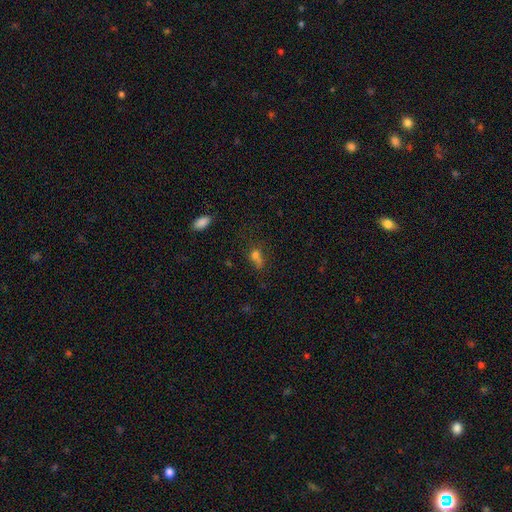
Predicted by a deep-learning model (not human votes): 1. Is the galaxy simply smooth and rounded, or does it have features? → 66% smooth, 21% star or artifact, 13% featured or disk.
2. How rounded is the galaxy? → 55% in between, 36% round, 8% cigar-shaped.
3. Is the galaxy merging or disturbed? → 38% none, 25% merger, 20% minor disturbance, 18% major disturbance.